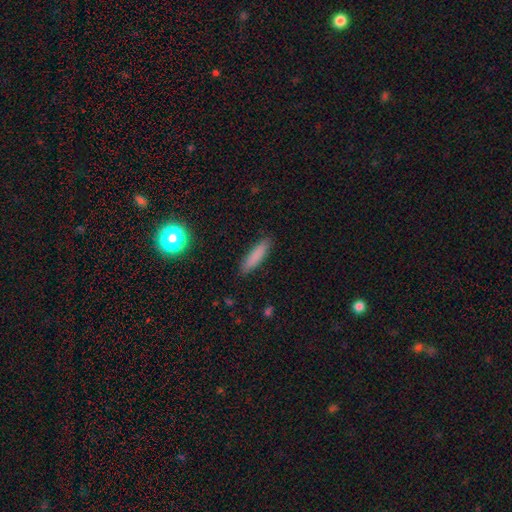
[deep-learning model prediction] A smooth galaxy with no disk features (83%) that is cigar-shaped (81%).

Vote fractions:
- Smooth or featured? smooth: 83% / featured or disk: 9% / star or artifact: 8%
- How rounded? cigar-shaped: 81% / in between: 17% / round: 2%
- Merging? none: 88% / minor disturbance: 9% / major disturbance: 2% / merger: 1%